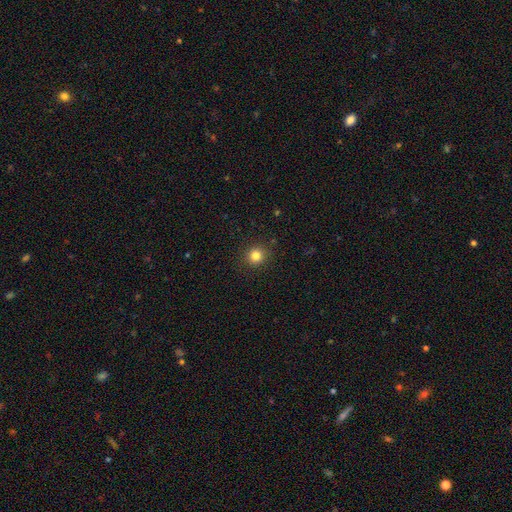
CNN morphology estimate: Q: Smooth or featured?
A: smooth (82%); runner-up: star or artifact (13%)
Q: How rounded?
A: round (91%); runner-up: in between (8%)
Q: Merging?
A: none (90%); runner-up: minor disturbance (6%)